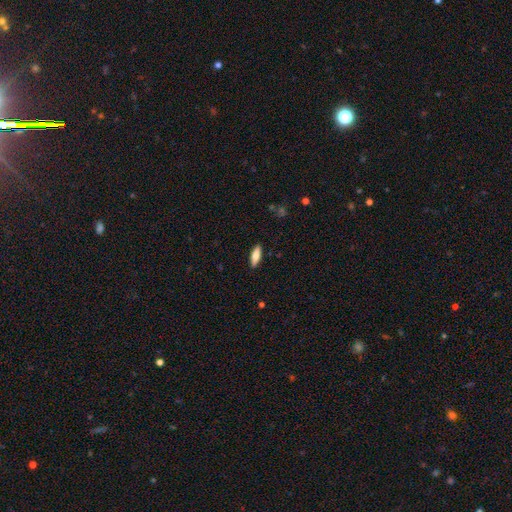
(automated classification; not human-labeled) Smooth or featured? Predicted: smooth (p=0.67). How rounded? Predicted: in between (p=0.49, tied with cigar-shaped). Merging? Predicted: none (p=0.89).